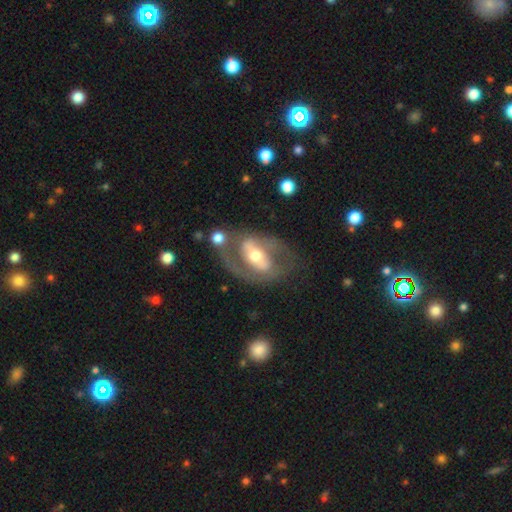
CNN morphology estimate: Smooth or featured?
  - featured or disk: 76% *
  - smooth: 18%
  - star or artifact: 5%
Edge-on disk?
  - no: 94% *
  - yes: 6%
Bar?
  - strong: 45% *
  - weak: 31%
  - no: 24%
Spiral arms?
  - yes: 66% *
  - no: 34%
Bulge size?
  - moderate: 68% *
  - small: 20%
  - large: 10%
  - dominant: 1%
  - none: 1%
Merging?
  - none: 54% *
  - minor disturbance: 18%
  - major disturbance: 17%
  - merger: 11%